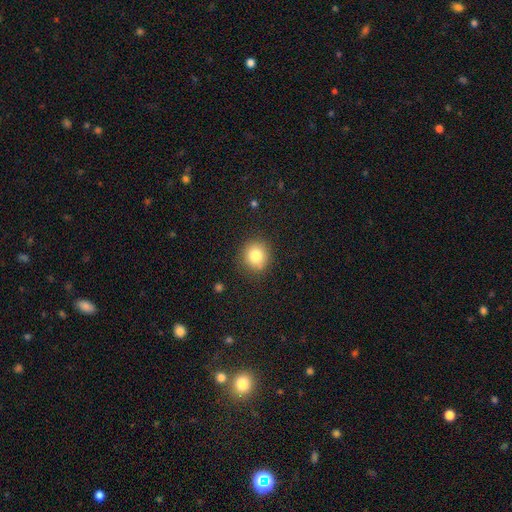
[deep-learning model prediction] Smooth or featured? smooth (81%)
How rounded? round (89%)
Merging? none (86%)